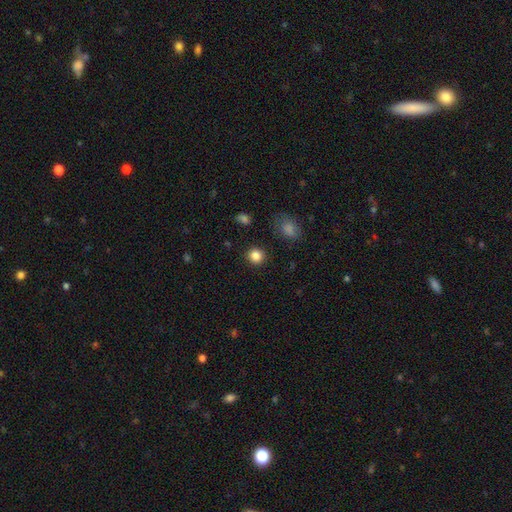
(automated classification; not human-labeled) smooth 85%, star or artifact 11%, featured or disk 4%. Down the decision tree: how rounded — round (90%); merging — none (90%).